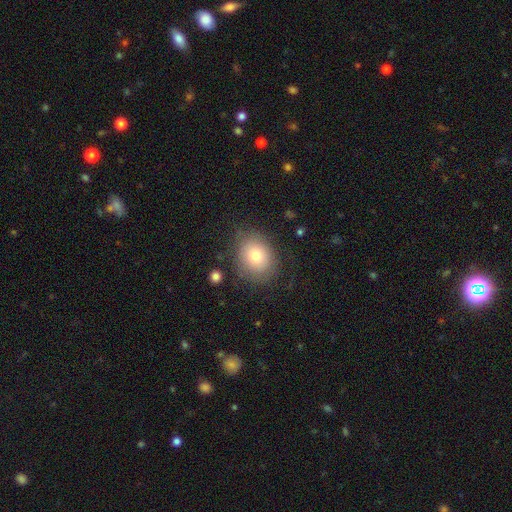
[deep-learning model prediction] A smooth galaxy with no disk features (74%) that is round (53%). Merging: none (76%).